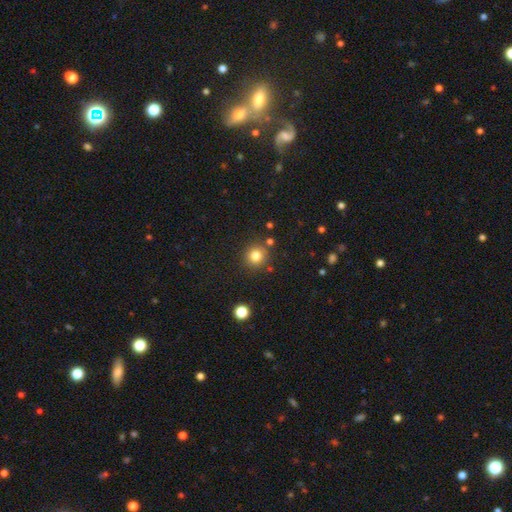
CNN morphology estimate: This appears to be a smooth galaxy with no disk features (80%) that is round (92%). Merging: none (84%).